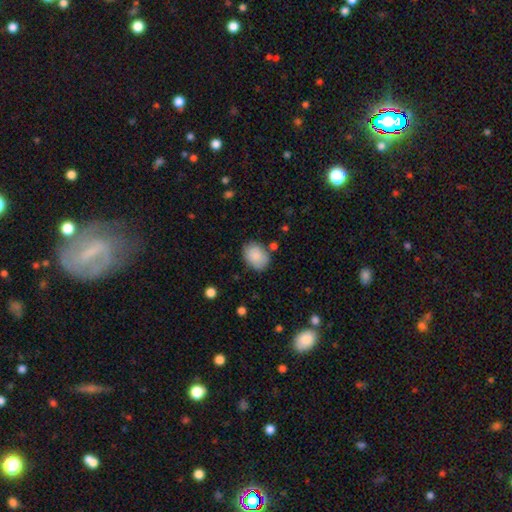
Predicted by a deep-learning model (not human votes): Overall: smooth (86%). How rounded: in between (70%). Merging: none (75%).